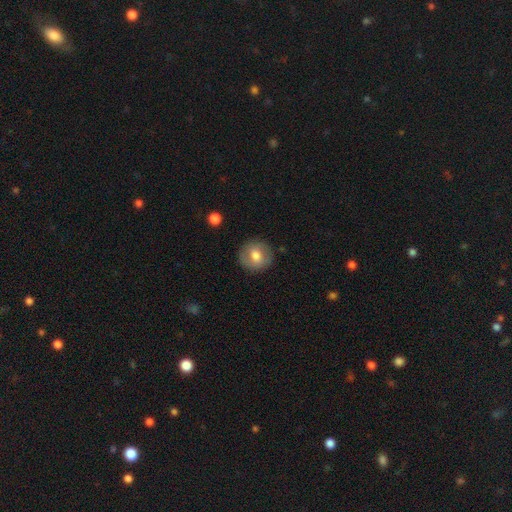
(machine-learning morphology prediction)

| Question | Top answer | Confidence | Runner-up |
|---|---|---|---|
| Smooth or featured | smooth | 66% | featured or disk (27%) |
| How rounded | round | 89% | in between (10%) |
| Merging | none | 86% | minor disturbance (9%) |